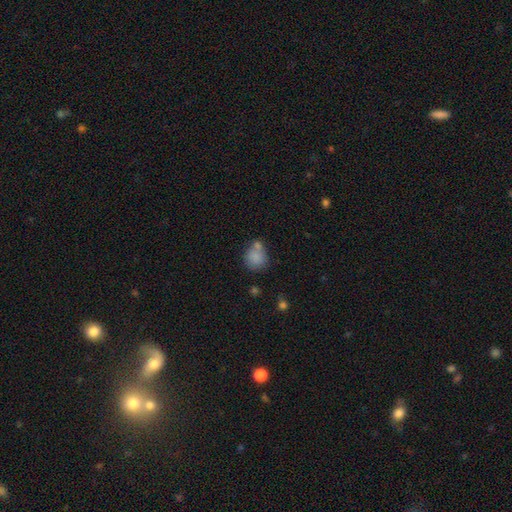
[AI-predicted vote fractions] A smooth galaxy with no disk features (82%) that is round (75%). Merging: none (48%).